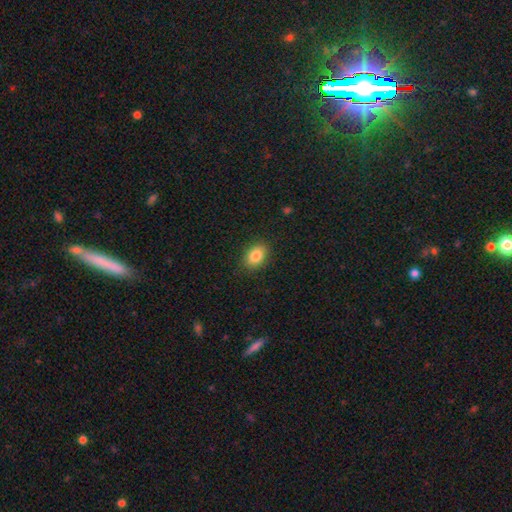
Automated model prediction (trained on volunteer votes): Smooth or featured: smooth — 86% (star or artifact — 8%)
How rounded: in between — 79% (round — 20%)
Merging: none — 88% (minor disturbance — 9%)